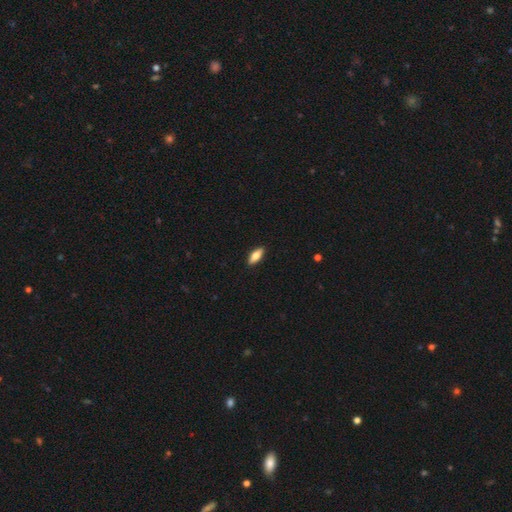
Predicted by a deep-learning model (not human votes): A smooth galaxy with no disk features (77%) that is in between round and cigar-shaped (73%). Merging: none (90%).